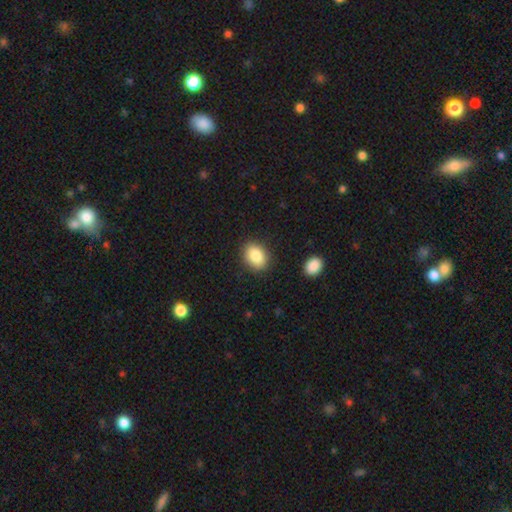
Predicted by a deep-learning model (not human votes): Smooth or featured? Predicted: smooth (p=0.86). How rounded? Predicted: in between (p=0.72). Merging? Predicted: none (p=0.87).